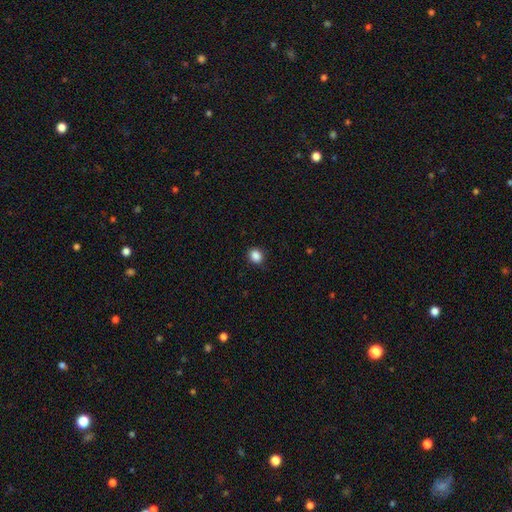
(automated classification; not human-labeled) Morphology: type=smooth (87%); roundness=round (72%); merging=none (89%).